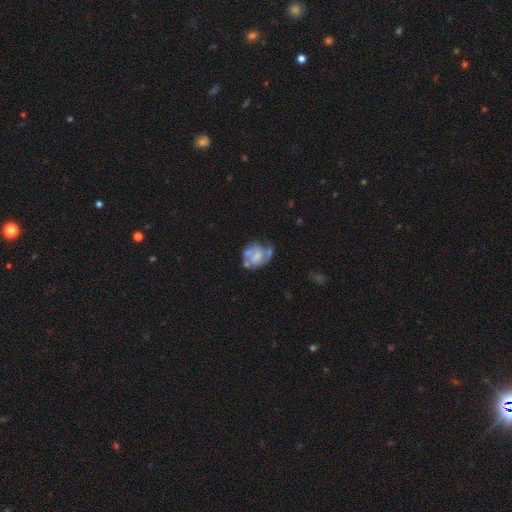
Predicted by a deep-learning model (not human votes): smooth-or-featured: featured or disk: 61% | smooth: 31% | star or artifact: 8%
  disk-edge-on: no: 98% | yes: 2%
    bar: no: 63% | weak: 29% | strong: 8%
    has-spiral-arms: yes: 57% | no: 43%
    bulge-size: none: 38% | moderate: 26% | small: 25% | large: 9% | dominant: 2%
  merging: none: 36% | minor disturbance: 25% | major disturbance: 24% | merger: 15%